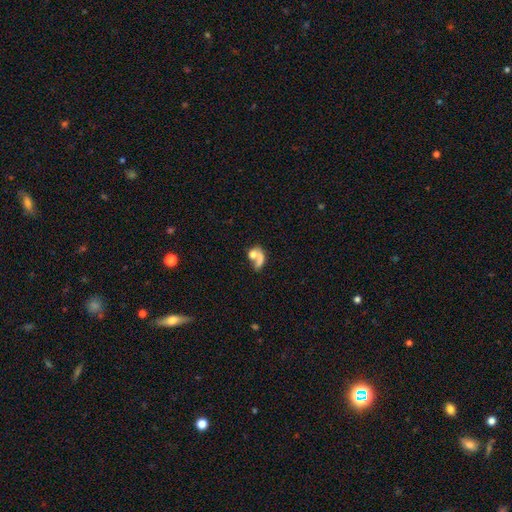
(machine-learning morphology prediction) A smooth galaxy with no disk features (56%) that is in between round and cigar-shaped (64%).

Vote fractions:
- Smooth or featured? smooth: 56% / featured or disk: 33% / star or artifact: 11%
- How rounded? in between: 64% / round: 31% / cigar-shaped: 5%
- Merging? merger: 53% / none: 21% / major disturbance: 16% / minor disturbance: 10%